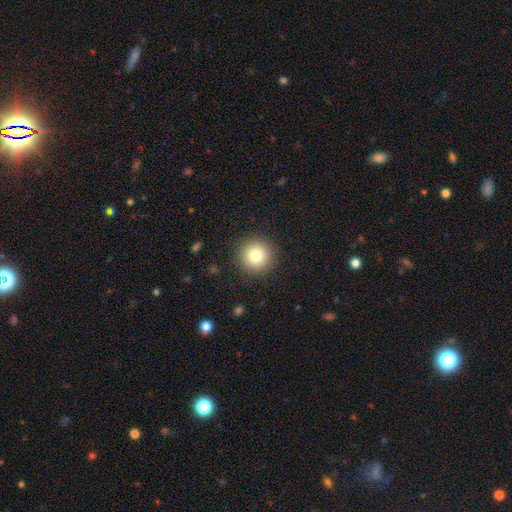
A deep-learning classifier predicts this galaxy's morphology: Q: Smooth or featured?
A: smooth (80%); runner-up: star or artifact (11%)
Q: How rounded?
A: round (96%); runner-up: in between (3%)
Q: Merging?
A: none (91%); runner-up: minor disturbance (6%)